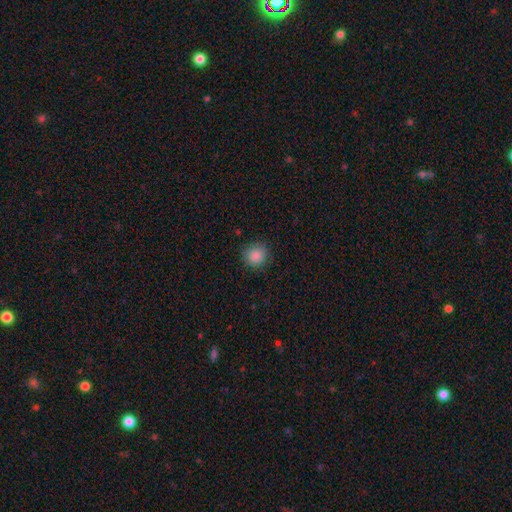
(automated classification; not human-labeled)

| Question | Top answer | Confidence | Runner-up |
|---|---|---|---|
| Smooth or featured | smooth | 87% | star or artifact (9%) |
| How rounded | round | 88% | in between (11%) |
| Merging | none | 87% | minor disturbance (9%) |